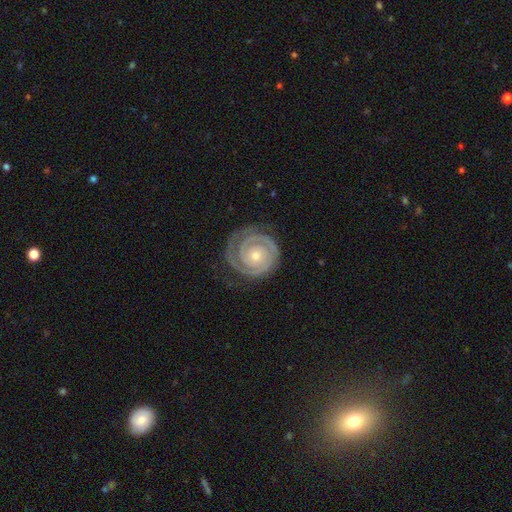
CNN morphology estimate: Smooth or featured? Predicted: featured or disk (p=0.91). Edge-on disk? Predicted: no (p=0.98). Bar? Predicted: no (p=0.78). Spiral arms? Predicted: yes (p=0.98). Spiral winding? Predicted: tight (p=0.86). Spiral arm count? Predicted: 2 (p=0.75). Bulge size? Predicted: small (p=0.53). Merging? Predicted: none (p=0.81).